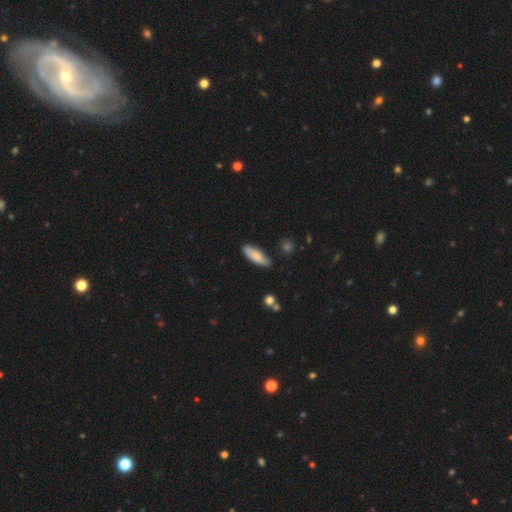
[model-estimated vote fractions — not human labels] Overall: smooth (80%). How rounded: in between (56%; cigar-shaped 42%). Merging: none (79%).